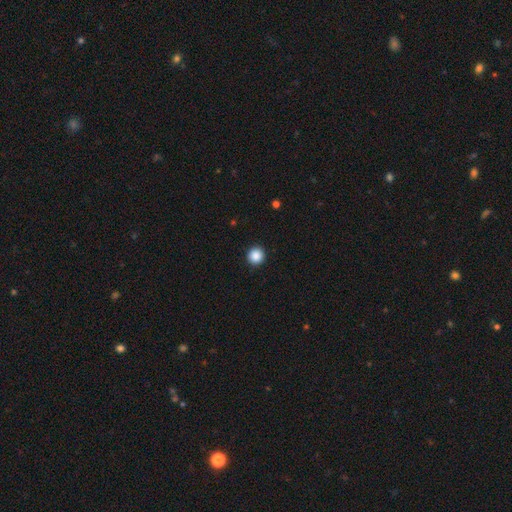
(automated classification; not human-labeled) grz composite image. It shows a smooth galaxy with no disk features (88%) that is round (95%). Merging: none (93%).